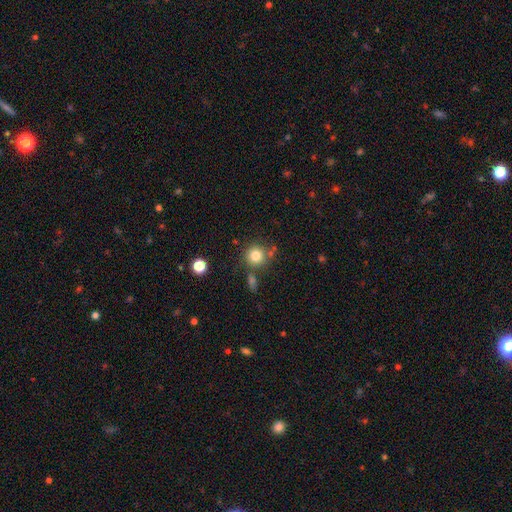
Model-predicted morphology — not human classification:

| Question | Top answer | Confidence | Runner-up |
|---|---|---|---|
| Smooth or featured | smooth | 81% | star or artifact (11%) |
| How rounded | round | 92% | in between (7%) |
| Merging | none | 76% | minor disturbance (10%) |